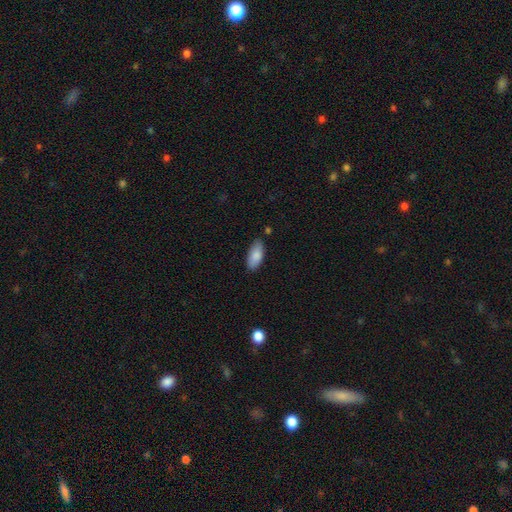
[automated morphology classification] Q: Smooth or featured?
A: smooth (86%); runner-up: featured or disk (8%)
Q: How rounded?
A: in between (88%); runner-up: cigar-shaped (10%)
Q: Merging?
A: none (81%); runner-up: minor disturbance (14%)